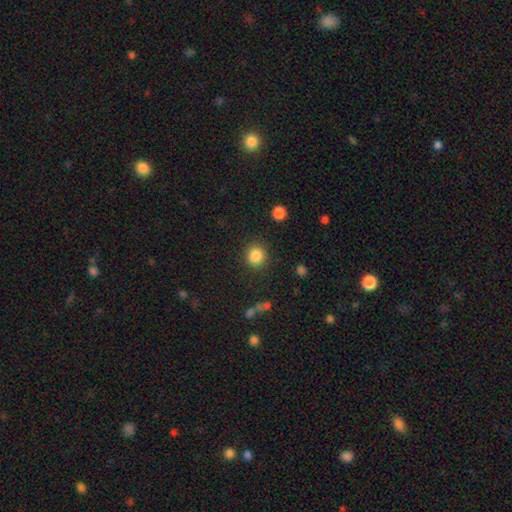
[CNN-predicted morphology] Smooth or featured? smooth (86%)
How rounded? round (83%)
Merging? none (86%)